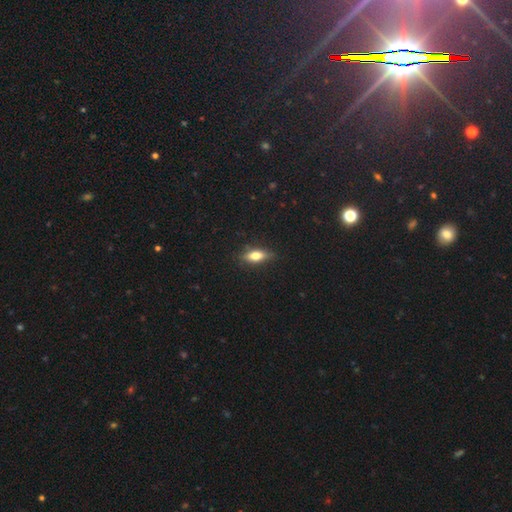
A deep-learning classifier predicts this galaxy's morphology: The model was most divided on "smooth or featured": smooth: 66%, featured or disk: 25%, star or artifact: 8%. More confident: merging — none (82%); how rounded — in between (69%).